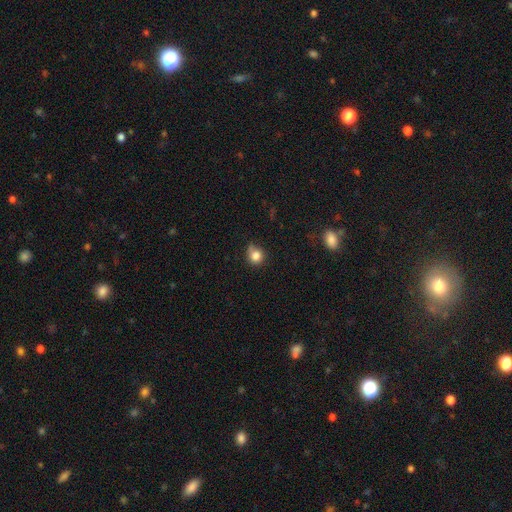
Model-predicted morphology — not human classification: Q: Smooth or featured?
A: smooth (82%); runner-up: star or artifact (11%)
Q: How rounded?
A: round (84%); runner-up: in between (15%)
Q: Merging?
A: none (60%); runner-up: minor disturbance (30%)